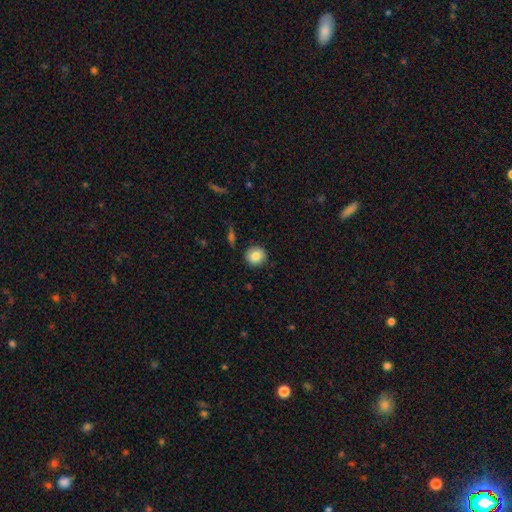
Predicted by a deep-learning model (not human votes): A smooth galaxy with no disk features (83%) that is round (89%).

Vote fractions:
- Smooth or featured? smooth: 83% / star or artifact: 8% / featured or disk: 8%
- How rounded? round: 89% / in between: 9% / cigar-shaped: 1%
- Merging? none: 89% / minor disturbance: 7% / major disturbance: 2% / merger: 2%